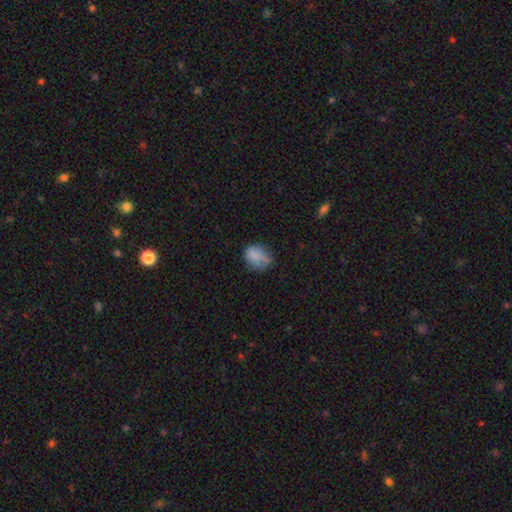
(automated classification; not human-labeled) Smooth or featured? Predicted: smooth (p=0.78). How rounded? Predicted: in between (p=0.63). Merging? Predicted: none (p=0.54).